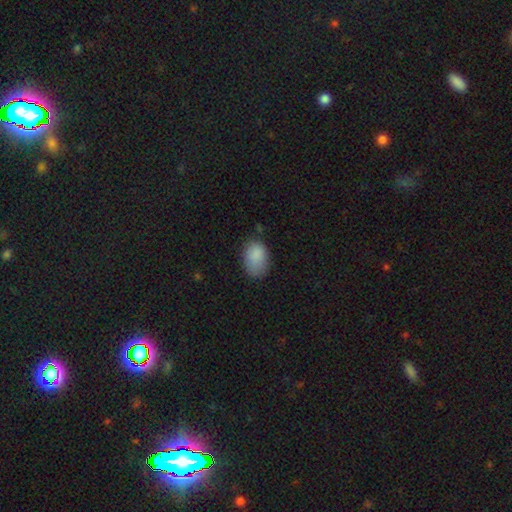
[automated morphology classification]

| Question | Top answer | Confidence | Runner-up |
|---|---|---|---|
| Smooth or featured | smooth | 86% | star or artifact (8%) |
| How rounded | in between | 81% | round (18%) |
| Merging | none | 63% | minor disturbance (27%) |